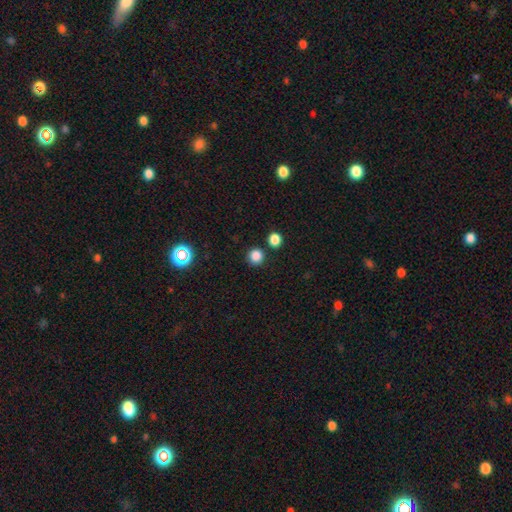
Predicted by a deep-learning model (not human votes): The model was most divided on "smooth or featured": smooth: 83%, star or artifact: 14%, featured or disk: 3%. More confident: how rounded — round (94%); merging — none (85%).